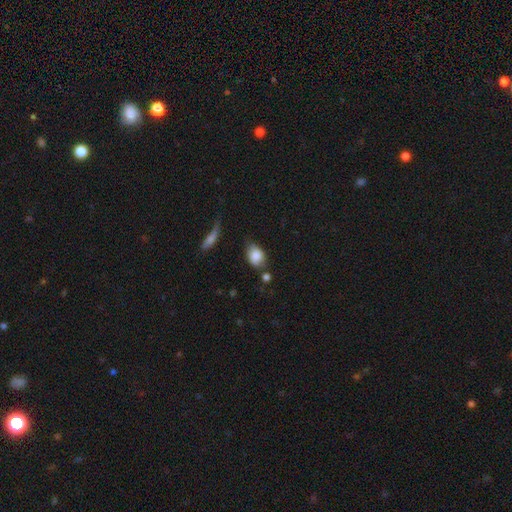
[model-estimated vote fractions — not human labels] This appears to be a smooth galaxy with no disk features (82%) that is in between round and cigar-shaped (80%). Merging: none (56%).